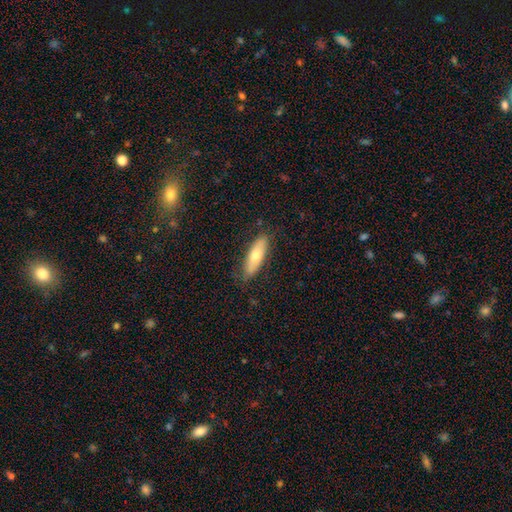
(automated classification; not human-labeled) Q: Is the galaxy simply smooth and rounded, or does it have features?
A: smooth — 62%.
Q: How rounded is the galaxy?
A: in between — 53%.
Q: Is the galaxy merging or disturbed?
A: none — 83%.